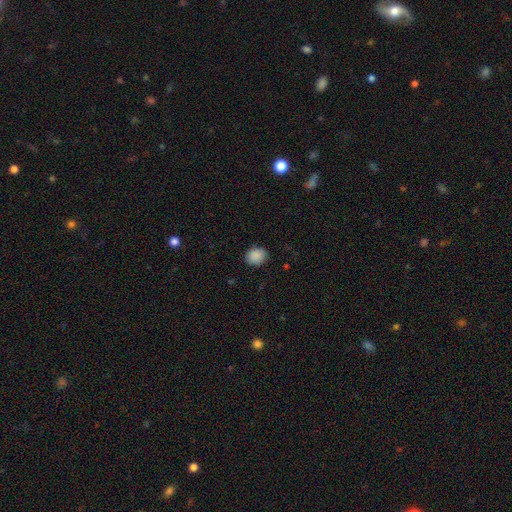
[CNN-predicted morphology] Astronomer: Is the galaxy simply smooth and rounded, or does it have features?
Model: smooth — 89%.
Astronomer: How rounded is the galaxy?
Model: round — 65%.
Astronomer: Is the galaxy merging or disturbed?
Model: none — 87%.